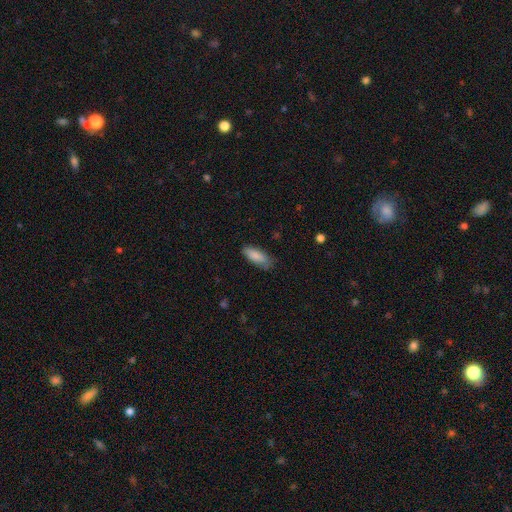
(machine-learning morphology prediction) This is clearly a smooth galaxy (86%). How rounded: likely in between (70%). Merging: likely none (72%).